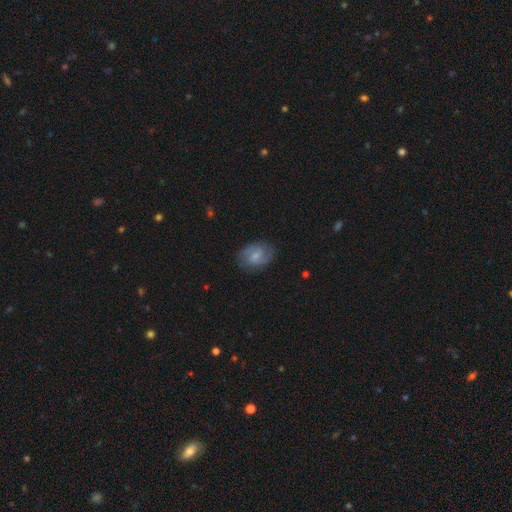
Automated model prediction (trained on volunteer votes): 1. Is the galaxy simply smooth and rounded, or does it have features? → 63% featured or disk, 30% smooth, 7% star or artifact.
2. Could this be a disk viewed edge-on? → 97% no, 3% yes.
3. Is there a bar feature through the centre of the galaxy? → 60% weak, 26% no, 14% strong.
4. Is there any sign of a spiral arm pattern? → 88% yes, 12% no.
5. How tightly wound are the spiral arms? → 49% medium, 28% tight, 23% loose.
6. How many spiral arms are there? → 81% 2, 11% can't tell, 3% 1, 3% 3, 1% 4, 1% more than 4.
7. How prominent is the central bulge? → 50% small, 30% moderate, 17% none, 3% large, 1% dominant.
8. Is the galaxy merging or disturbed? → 77% none, 16% minor disturbance, 5% major disturbance, 1% merger.